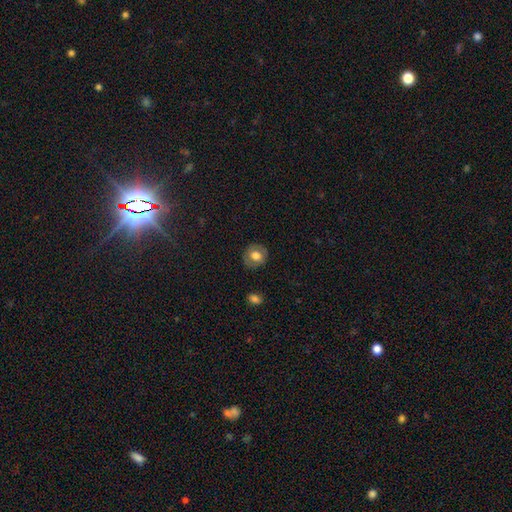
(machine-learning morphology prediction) The model was most divided on "smooth or featured": smooth: 66%, featured or disk: 25%, star or artifact: 8%. More confident: merging — none (84%); how rounded — round (81%).